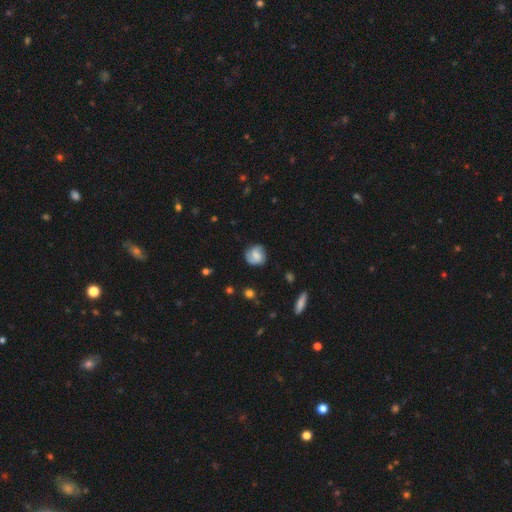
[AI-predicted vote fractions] Smooth or featured: smooth — 49% (featured or disk — 43%)
Merging: none — 75% (minor disturbance — 18%)